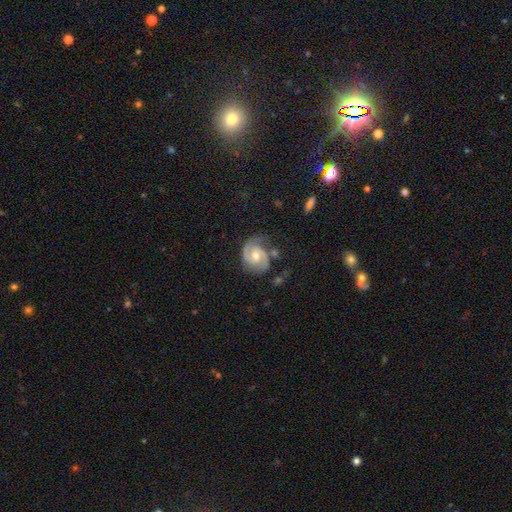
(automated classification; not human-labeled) This appears to be a featured or disk galaxy (84%) with no bar (61%), 2 (82%) medium (45%) spiral arms (95%) and a moderate central bulge (68%). Merging: none (63%).